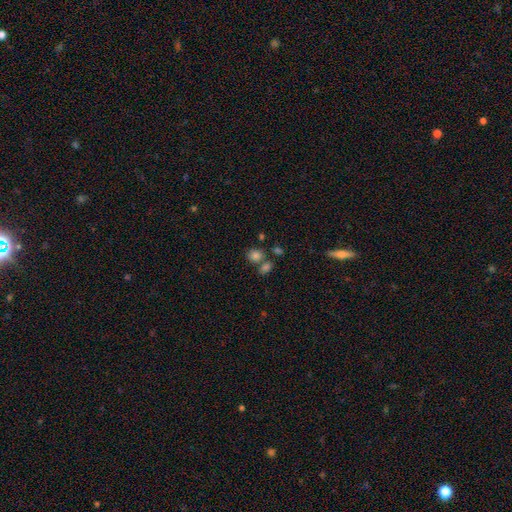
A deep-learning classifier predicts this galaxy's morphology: A smooth galaxy with no disk features (81%) that is round (63%). Merging: none (56%).